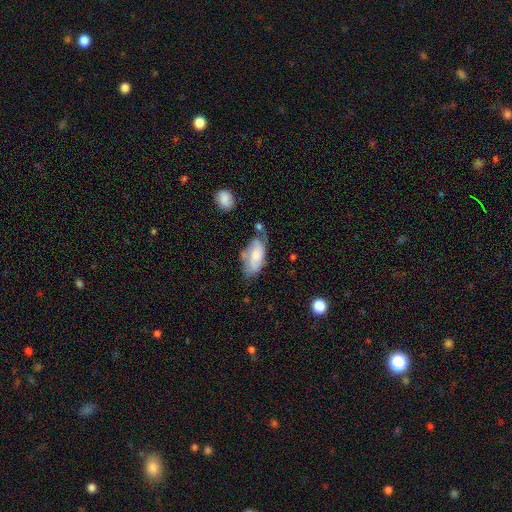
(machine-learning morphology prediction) smooth-or-featured: smooth: 58% | featured or disk: 35% | star or artifact: 7%
  how-rounded: in between: 92% | cigar-shaped: 6% | round: 3%
  merging: none: 37% | minor disturbance: 34% | major disturbance: 18% | merger: 10%